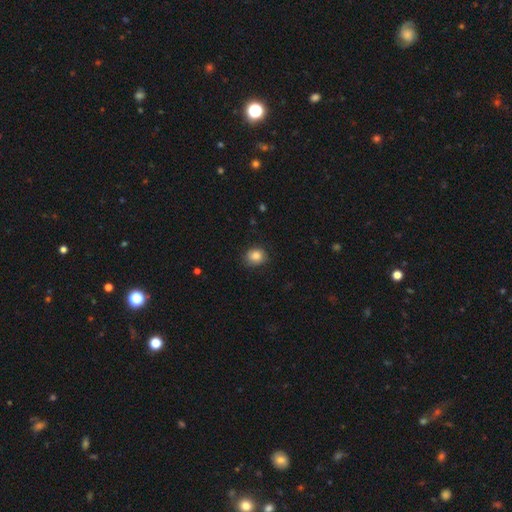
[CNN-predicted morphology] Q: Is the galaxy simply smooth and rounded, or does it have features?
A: smooth — 84%.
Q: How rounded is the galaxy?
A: round — 67%.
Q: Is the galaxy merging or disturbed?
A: none — 83%.